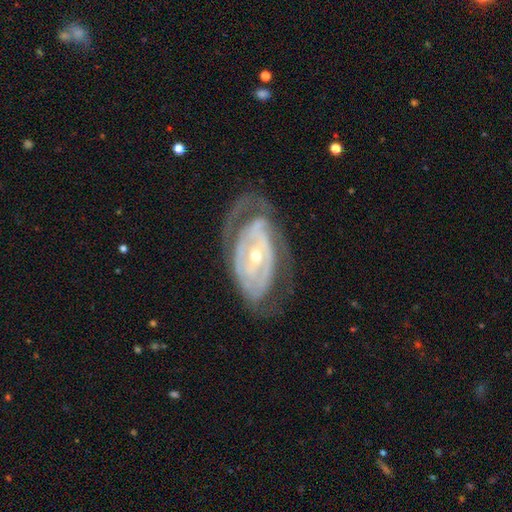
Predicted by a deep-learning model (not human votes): Smooth or featured?
  - featured or disk: 86% *
  - smooth: 9%
  - star or artifact: 5%
Edge-on disk?
  - no: 94% *
  - yes: 6%
Bar?
  - no: 46% *
  - weak: 32%
  - strong: 22%
Spiral arms?
  - yes: 86% *
  - no: 14%
Spiral winding?
  - tight: 65% *
  - medium: 26%
  - loose: 9%
Spiral arm count?
  - 2: 40% *
  - can't tell: 35%
  - 3: 10%
  - 1: 8%
  - 4: 4%
  - more than 4: 3%
Bulge size?
  - small: 58% *
  - moderate: 39%
  - large: 1%
  - none: 1%
  - dominant: 1%
Merging?
  - none: 58% *
  - minor disturbance: 21%
  - major disturbance: 19%
  - merger: 2%